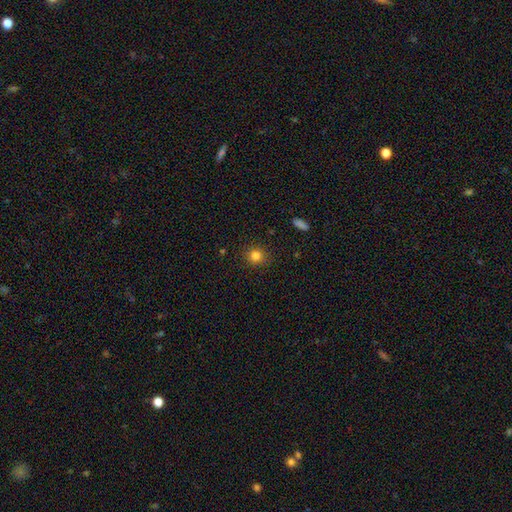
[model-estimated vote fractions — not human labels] smooth 83%, star or artifact 12%, featured or disk 5%. Down the decision tree: how rounded — round (88%); merging — none (89%).